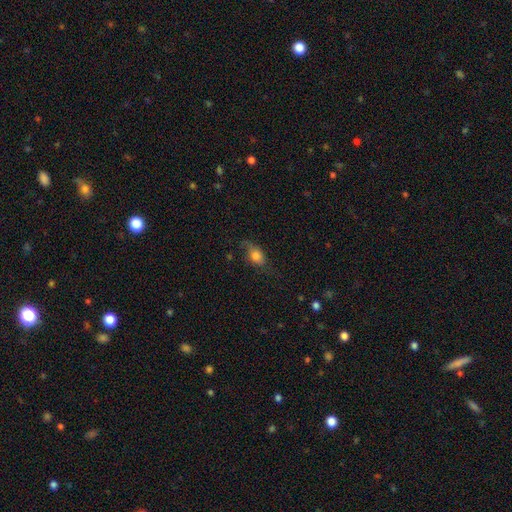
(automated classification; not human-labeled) This appears to be a smooth galaxy with no disk features (73%) that is in between round and cigar-shaped (80%). Merging: none (58%).